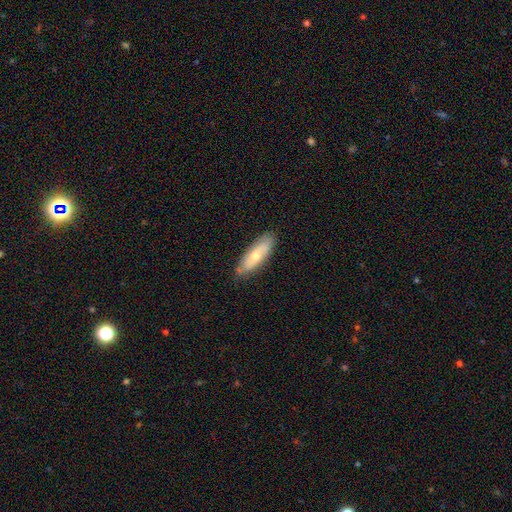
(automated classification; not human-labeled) Smooth or featured?
  - smooth: 60% *
  - featured or disk: 34%
  - star or artifact: 6%
How rounded?
  - in between: 54% *
  - cigar-shaped: 44%
  - round: 2%
Merging?
  - none: 79% *
  - minor disturbance: 16%
  - major disturbance: 3%
  - merger: 2%